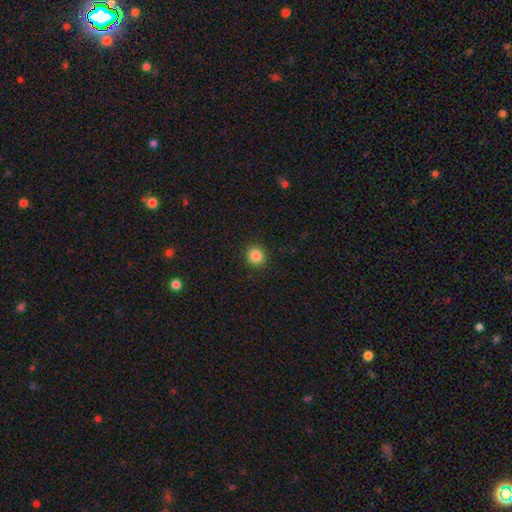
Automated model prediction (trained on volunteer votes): smooth-or-featured: smooth: 85% | star or artifact: 11% | featured or disk: 5%
  how-rounded: round: 88% | in between: 11% | cigar-shaped: 1%
  merging: none: 91% | minor disturbance: 6% | major disturbance: 2% | merger: 1%